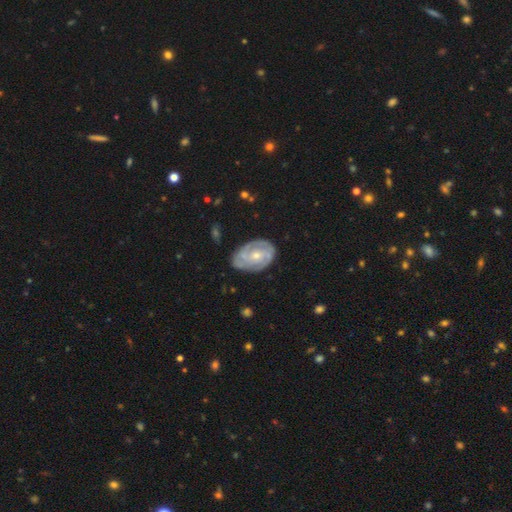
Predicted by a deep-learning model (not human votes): Smooth or featured: featured or disk — 73% (smooth — 22%)
Edge-on disk: no — 96% (yes — 4%)
Bar: no — 63% (weak — 31%)
Spiral arms: yes — 83% (no — 17%)
Spiral winding: tight — 57% (medium — 32%)
Spiral arm count: 2 — 40% (can't tell — 34%)
Bulge size: small — 55% (moderate — 41%)
Merging: none — 68% (minor disturbance — 24%)